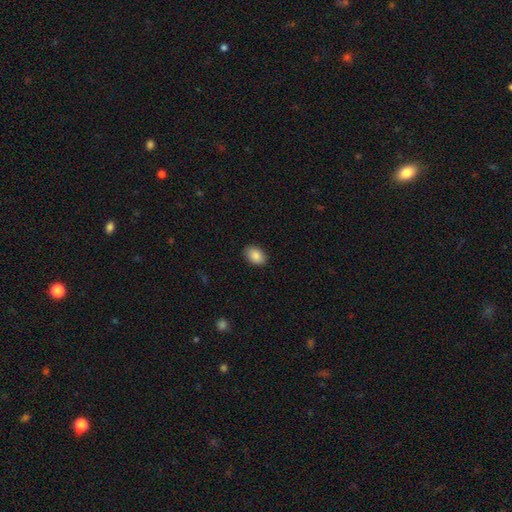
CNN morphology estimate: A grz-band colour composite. It shows a smooth galaxy with no disk features (89%) that is in between round and cigar-shaped (86%). Merging: none (89%).